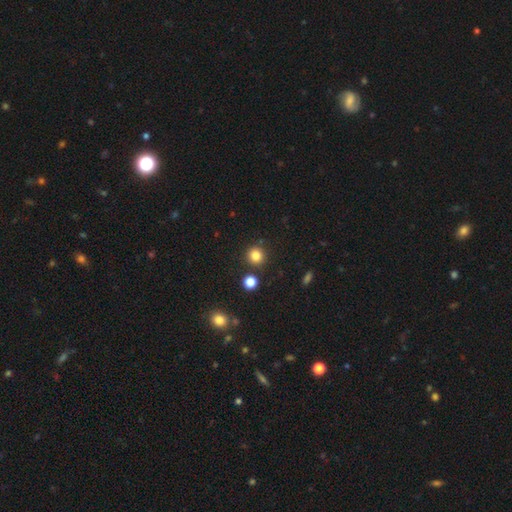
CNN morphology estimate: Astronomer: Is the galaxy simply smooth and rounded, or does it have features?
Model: smooth — 83%.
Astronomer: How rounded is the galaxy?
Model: round — 92%.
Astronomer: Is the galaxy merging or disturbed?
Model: none — 86%.